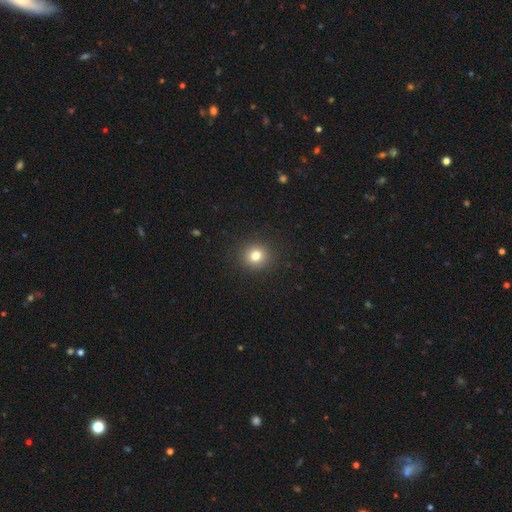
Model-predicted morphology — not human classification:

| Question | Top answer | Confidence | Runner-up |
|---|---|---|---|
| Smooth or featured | smooth | 80% | star or artifact (13%) |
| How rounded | round | 89% | in between (10%) |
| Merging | none | 92% | minor disturbance (5%) |